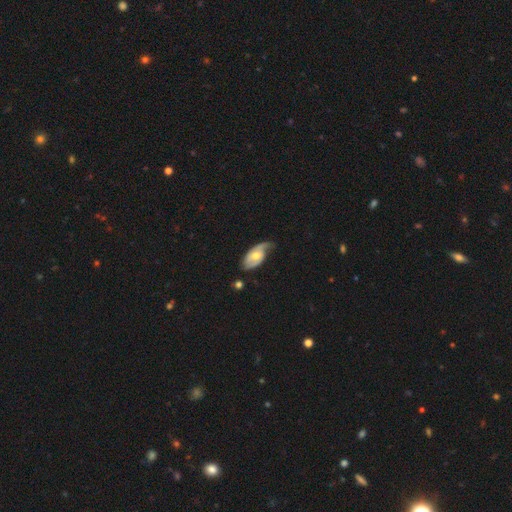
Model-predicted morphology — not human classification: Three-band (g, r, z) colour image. It shows a featured or disk galaxy (66%) with no bar (59%), spiral arms (81%) and a moderate central bulge (68%). Merging: none (40%).